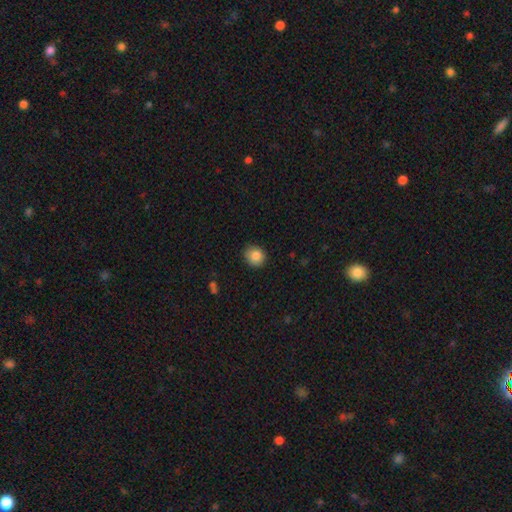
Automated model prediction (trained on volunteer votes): smooth-or-featured: smooth: 85% | star or artifact: 9% | featured or disk: 7%
  how-rounded: round: 81% | in between: 18% | cigar-shaped: 1%
  merging: none: 87% | minor disturbance: 10% | major disturbance: 2% | merger: 1%